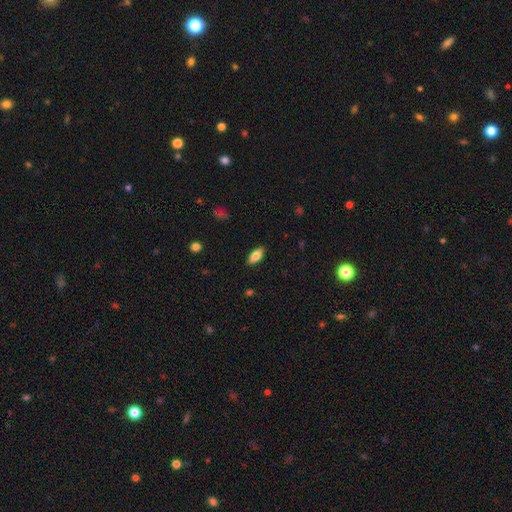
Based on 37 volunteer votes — Smooth or featured: smooth — 70% (featured or disk — 27%)
How rounded: in between — 88% (cigar-shaped — 12%)
Merging: none — 78% (minor disturbance — 17%)